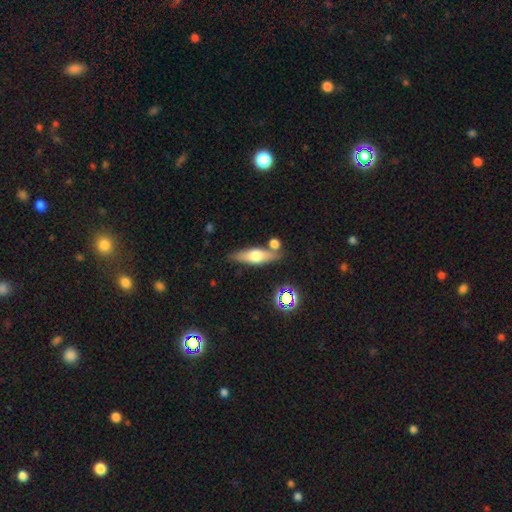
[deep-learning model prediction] Smooth or featured?
  - smooth: 48% *
  - featured or disk: 43%
  - star or artifact: 9%
Merging?
  - none: 73% *
  - minor disturbance: 12%
  - merger: 11%
  - major disturbance: 3%